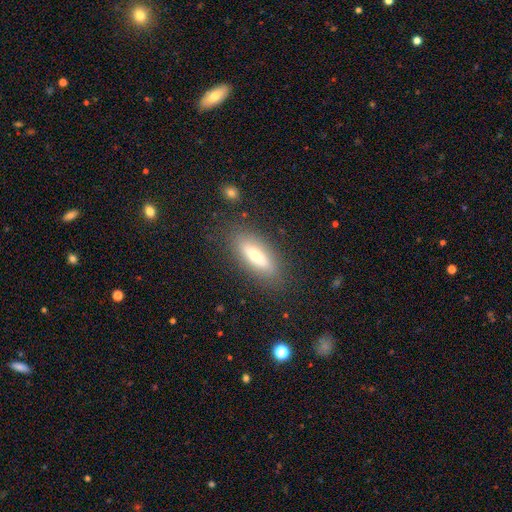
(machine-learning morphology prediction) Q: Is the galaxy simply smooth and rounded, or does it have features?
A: smooth — 59%.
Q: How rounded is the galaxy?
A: in between — 53%.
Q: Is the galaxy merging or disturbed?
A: none — 84%.